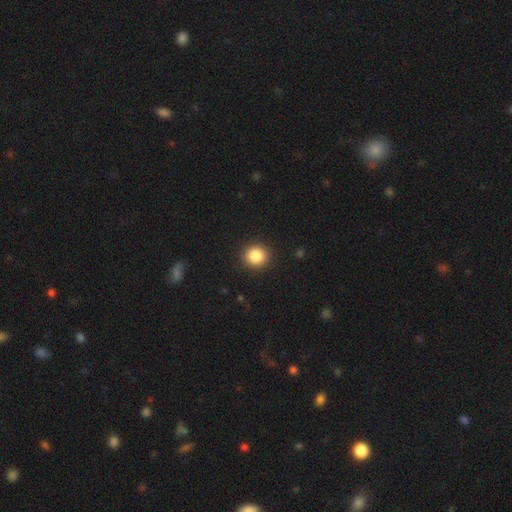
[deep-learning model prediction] Smooth or featured? smooth (87%)
How rounded? round (87%)
Merging? none (91%)